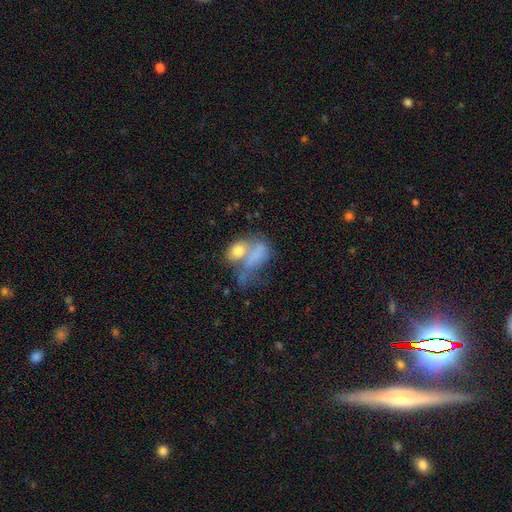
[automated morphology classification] Overall: smooth (66%). How rounded: in between (80%). Merging: merger (54%; major disturbance 19%).